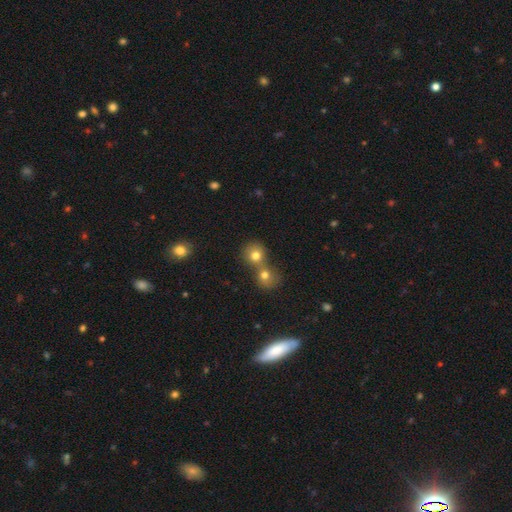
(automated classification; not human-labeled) A smooth galaxy with no disk features (76%) that is round (82%). Merging: merger (61%).